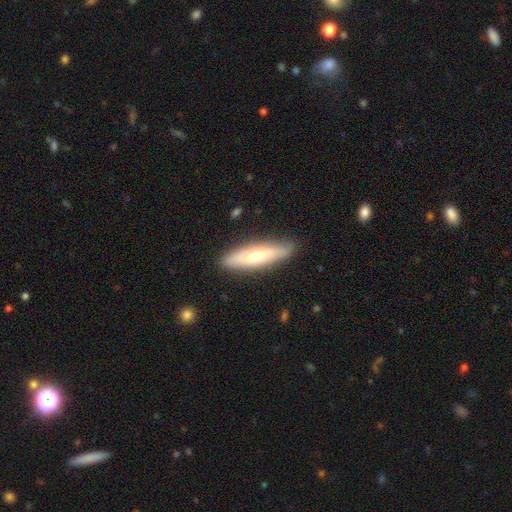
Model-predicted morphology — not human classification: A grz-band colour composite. It shows a smooth galaxy with no disk features (55%) that is cigar-shaped (72%). Merging: none (87%).